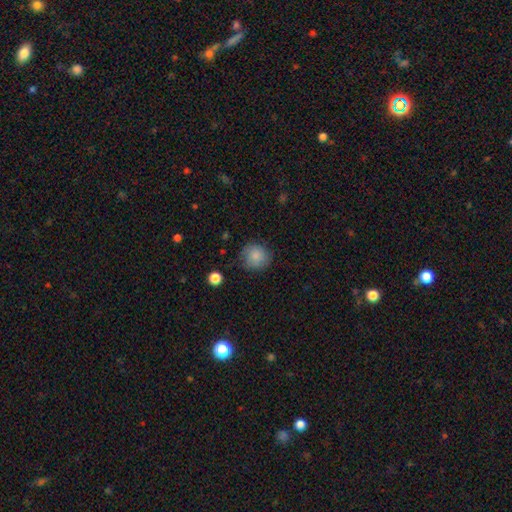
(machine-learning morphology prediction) The model was most divided on "merging": none: 76%, minor disturbance: 18%, major disturbance: 5%, merger: 2%. More confident: how rounded — round (88%); smooth or featured — smooth (84%).